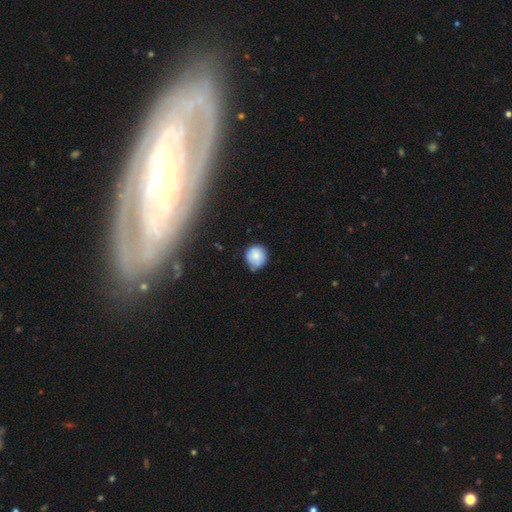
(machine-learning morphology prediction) Overall: smooth (81%). How rounded: round (90%). Merging: none (69%).